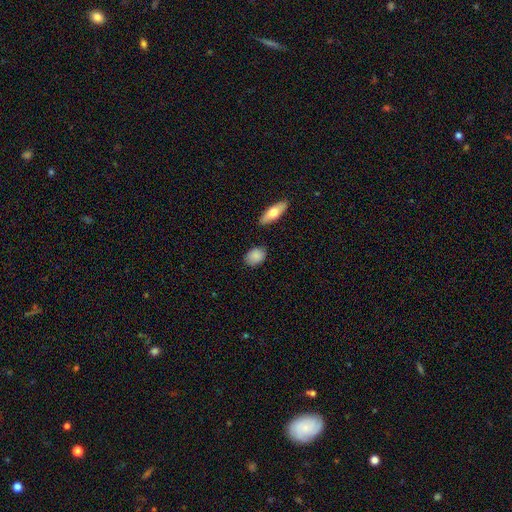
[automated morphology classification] smooth-or-featured: smooth: 87% | star or artifact: 6% | featured or disk: 6%
  how-rounded: in between: 75% | round: 23% | cigar-shaped: 2%
  merging: none: 82% | minor disturbance: 12% | merger: 3% | major disturbance: 3%